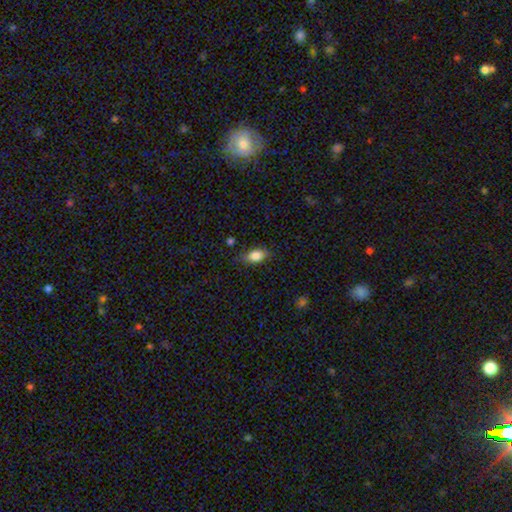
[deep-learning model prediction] Morphology: type=smooth (83%); roundness=in between (85%); merging=none (73%).